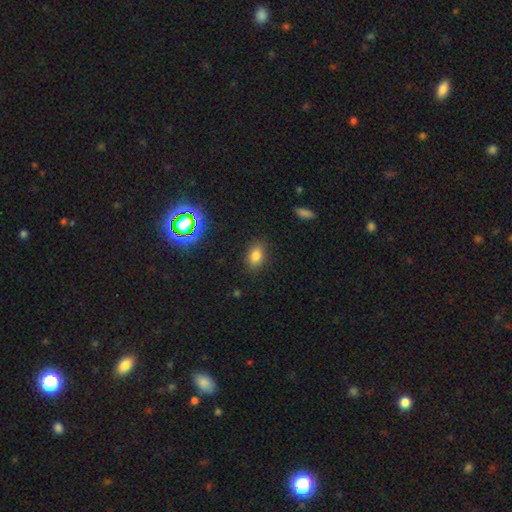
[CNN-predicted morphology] This is likely a smooth galaxy (79%). How rounded: likely in between (80%). Merging: clearly none (85%).